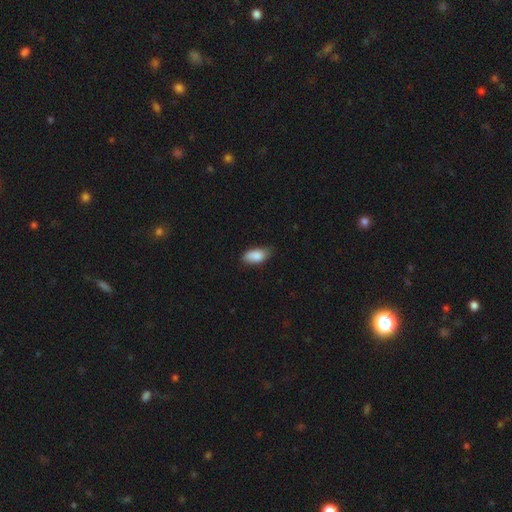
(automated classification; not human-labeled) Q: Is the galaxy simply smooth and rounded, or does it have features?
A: smooth — 87%.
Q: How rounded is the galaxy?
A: in between — 91%.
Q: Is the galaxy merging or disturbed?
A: none — 65%.